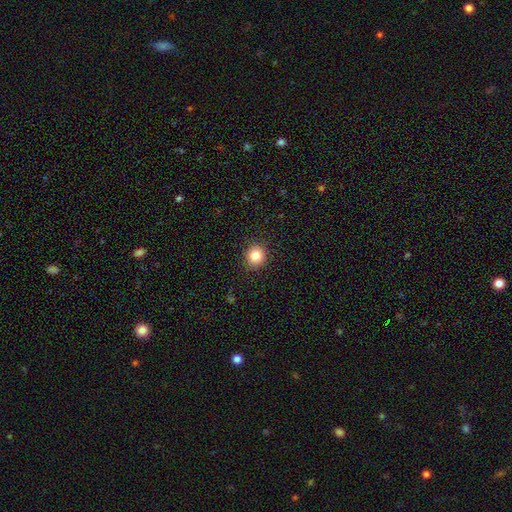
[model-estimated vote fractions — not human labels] Smooth or featured? Predicted: smooth (p=0.83). How rounded? Predicted: round (p=0.89). Merging? Predicted: none (p=0.91).